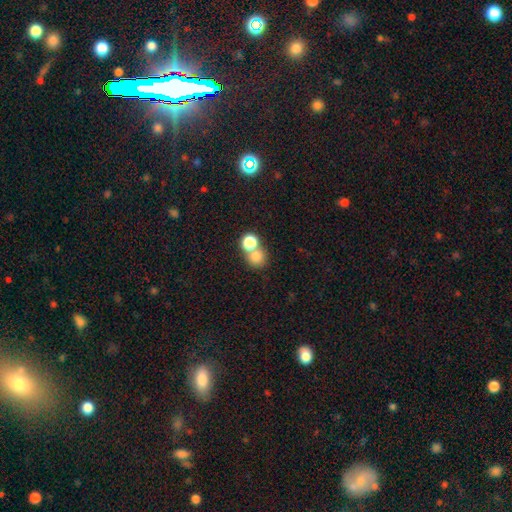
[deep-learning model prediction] Smooth or featured?
  - smooth: 77% *
  - star or artifact: 14%
  - featured or disk: 9%
How rounded?
  - round: 83% *
  - in between: 16%
  - cigar-shaped: 1%
Merging?
  - merger: 46% *
  - none: 44%
  - minor disturbance: 6%
  - major disturbance: 3%